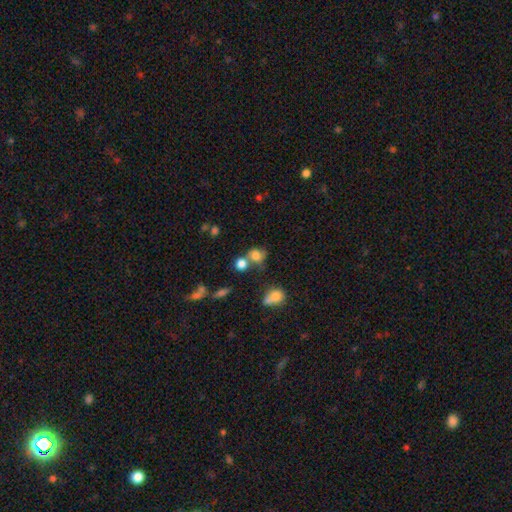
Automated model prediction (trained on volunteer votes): A smooth galaxy with no disk features (74%) that is round (70%). Merging: none (45%).